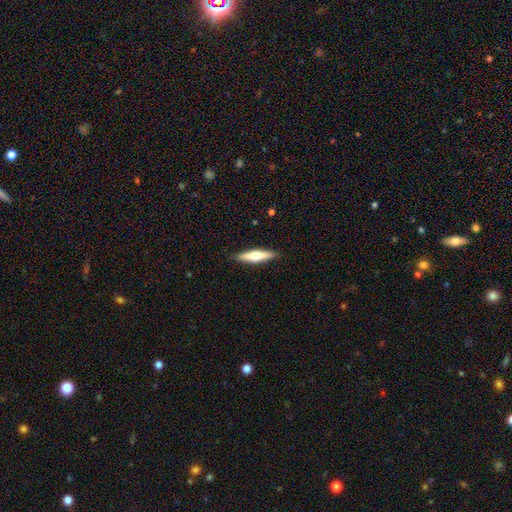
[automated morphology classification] Smooth or featured? smooth (55%)
How rounded? cigar-shaped (82%)
Merging? none (89%)